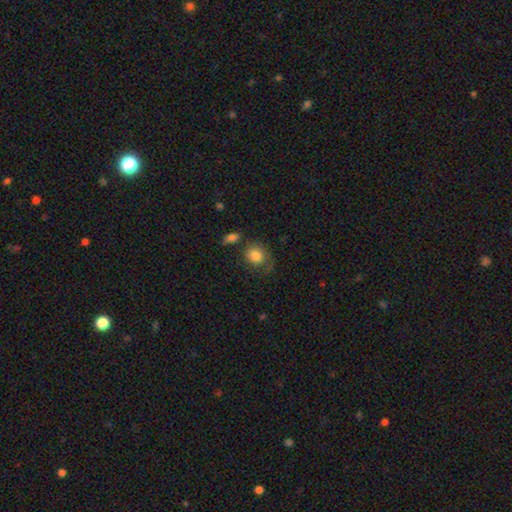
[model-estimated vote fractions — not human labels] smooth 82%, featured or disk 10%, star or artifact 8%. Down the decision tree: how rounded — round (71%); merging — none (54%).